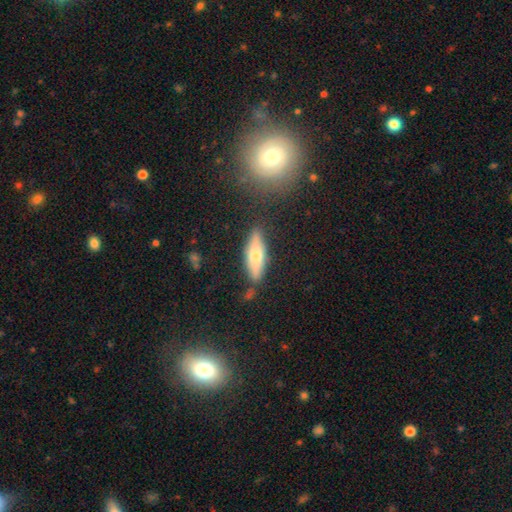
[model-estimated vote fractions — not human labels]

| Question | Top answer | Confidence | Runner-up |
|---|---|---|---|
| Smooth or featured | smooth | 60% | featured or disk (33%) |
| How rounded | in between | 52% | cigar-shaped (45%) |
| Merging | none | 77% | minor disturbance (14%) |